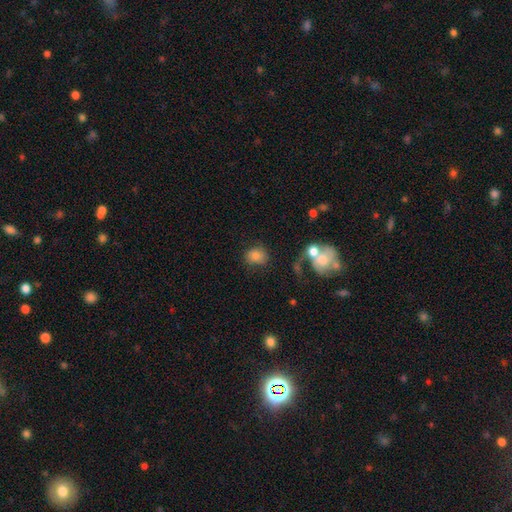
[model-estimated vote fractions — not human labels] This appears to be a smooth galaxy with no disk features (77%) that is round (70%). Merging: none (67%).